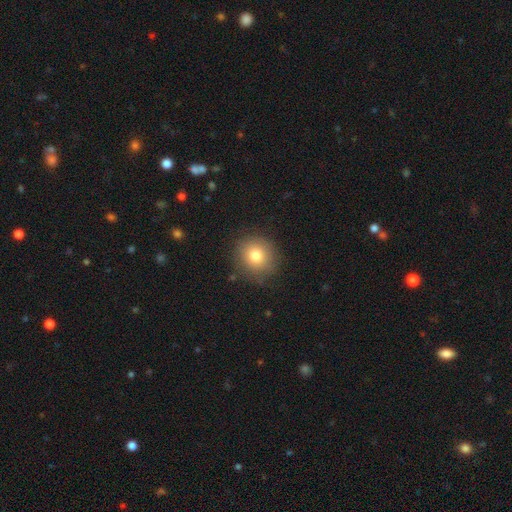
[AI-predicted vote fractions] Morphology: type=smooth (79%); roundness=round (88%); merging=none (86%).